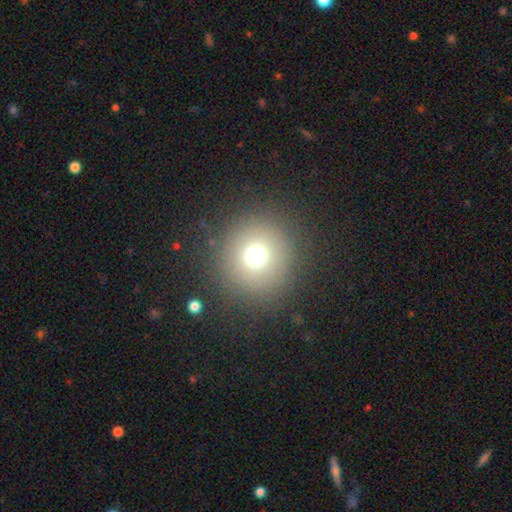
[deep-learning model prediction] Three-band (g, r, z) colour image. It shows a smooth galaxy with no disk features (69%) that is round (94%). Merging: none (87%).